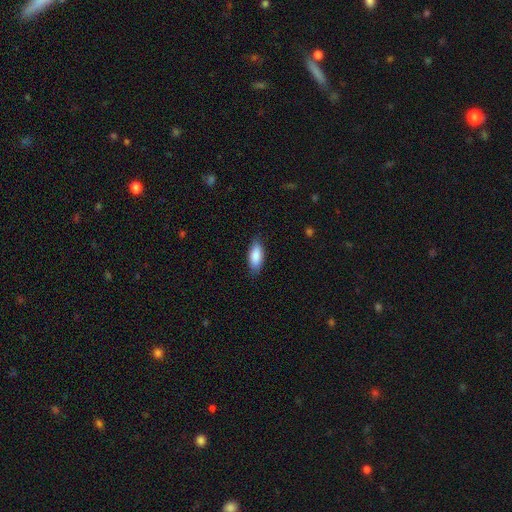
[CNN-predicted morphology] Smooth or featured: smooth — 87% (featured or disk — 7%)
How rounded: in between — 81% (cigar-shaped — 17%)
Merging: none — 84% (minor disturbance — 13%)